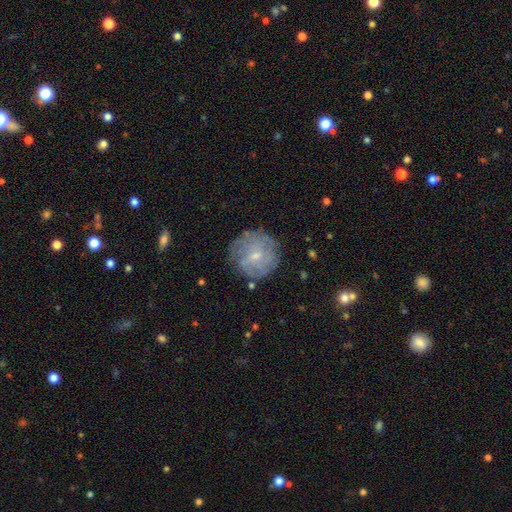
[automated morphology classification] A featured or disk galaxy (50%). Merging: none (73%).